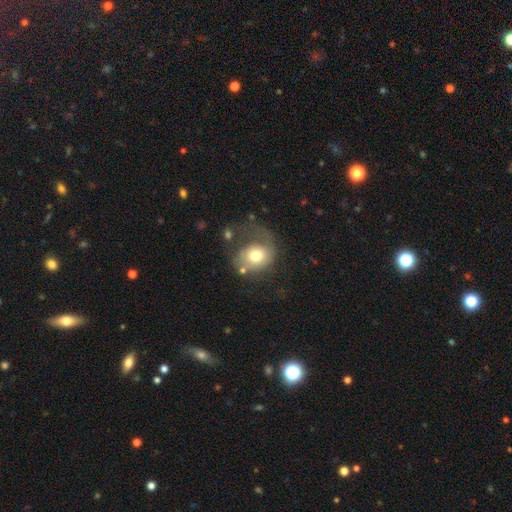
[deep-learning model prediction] Overall: smooth (59%; featured or disk 33%). How rounded: round (63%; in between 36%). Merging: major disturbance (40%; none 32%).